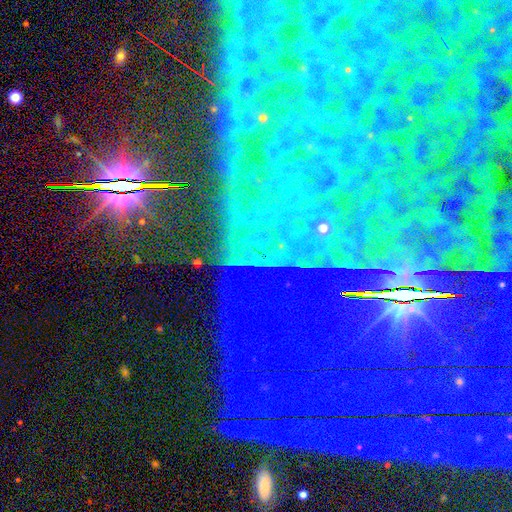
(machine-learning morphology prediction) Smooth or featured: star or artifact — 83% (featured or disk — 9%)